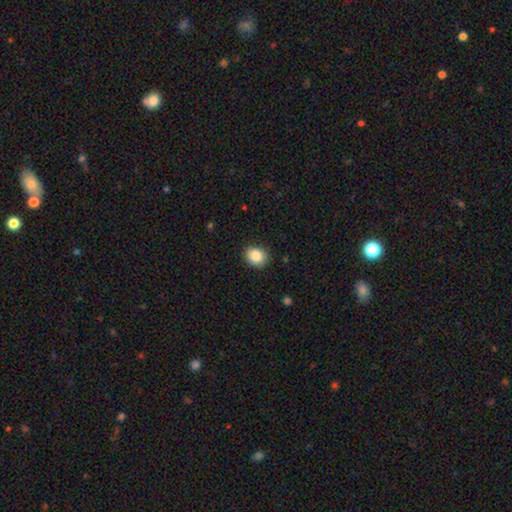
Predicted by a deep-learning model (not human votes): Smooth or featured?
  - smooth: 86% *
  - star or artifact: 9%
  - featured or disk: 5%
How rounded?
  - round: 66% *
  - in between: 33%
  - cigar-shaped: 1%
Merging?
  - none: 89% *
  - minor disturbance: 8%
  - major disturbance: 2%
  - merger: 1%